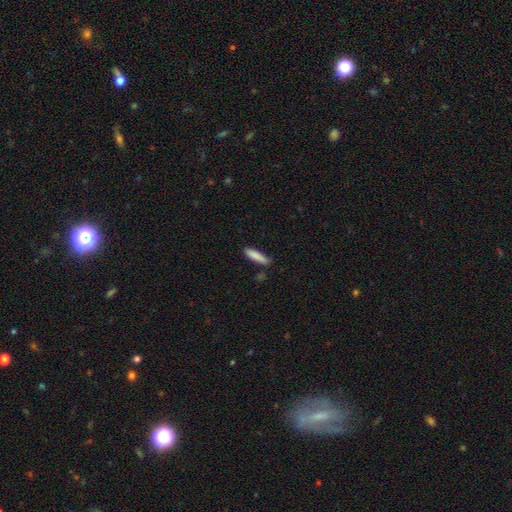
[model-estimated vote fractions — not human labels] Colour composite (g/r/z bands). It shows a smooth galaxy with no disk features (87%) that is cigar-shaped (76%). Merging: none (81%).